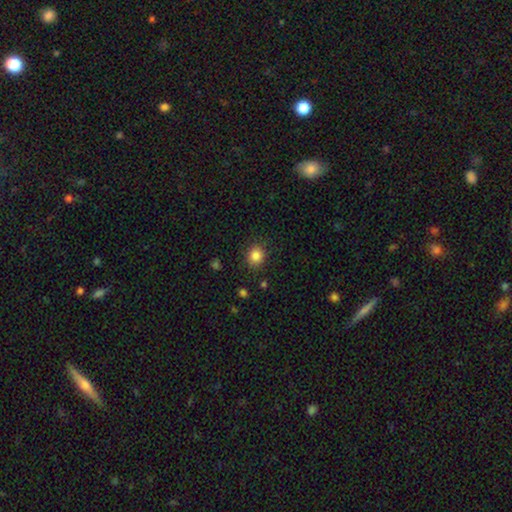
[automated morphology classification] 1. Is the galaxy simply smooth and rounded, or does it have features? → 85% smooth, 11% star or artifact, 4% featured or disk.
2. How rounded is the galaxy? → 81% round, 18% in between, 1% cigar-shaped.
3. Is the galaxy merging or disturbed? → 86% none, 9% minor disturbance, 3% major disturbance, 1% merger.